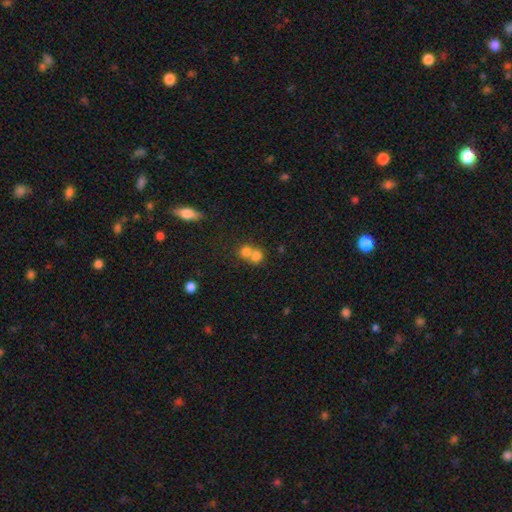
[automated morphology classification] Overall: smooth (74%). How rounded: round (72%). Merging: merger (63%; none 28%).